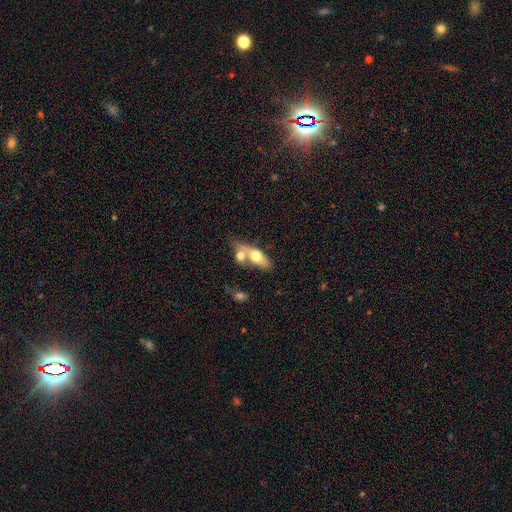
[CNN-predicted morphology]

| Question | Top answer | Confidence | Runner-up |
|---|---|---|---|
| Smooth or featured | smooth | 60% | featured or disk (33%) |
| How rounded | in between | 68% | cigar-shaped (24%) |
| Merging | merger | 61% | none (24%) |